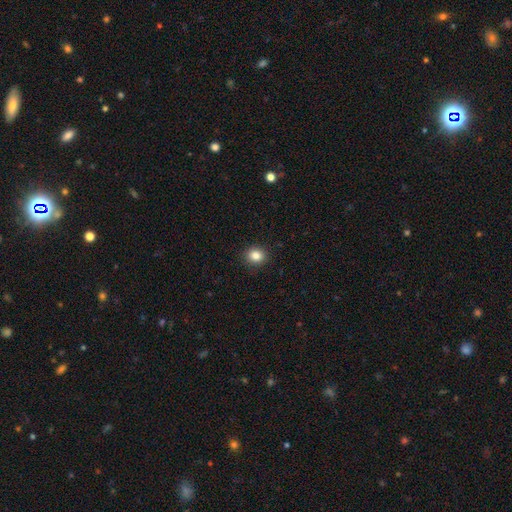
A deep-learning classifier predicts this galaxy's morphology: Smooth or featured? smooth (84%)
How rounded? round (77%)
Merging? none (91%)